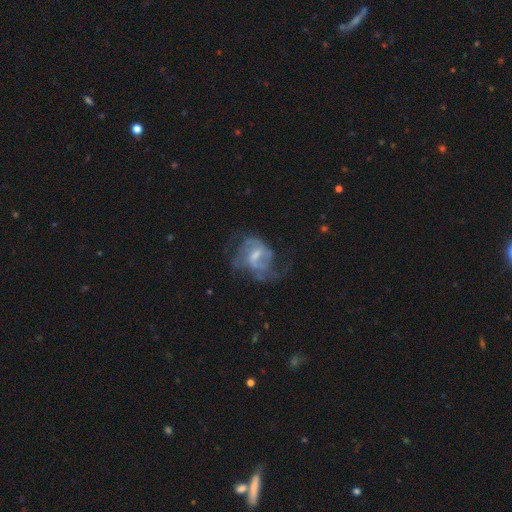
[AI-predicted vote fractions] A featured or disk galaxy (78%) with a weak bar (57%), 2 (51%) medium (46%) spiral arms (83%) and a small central bulge (38%, tied with moderate). Merging: none (42%).